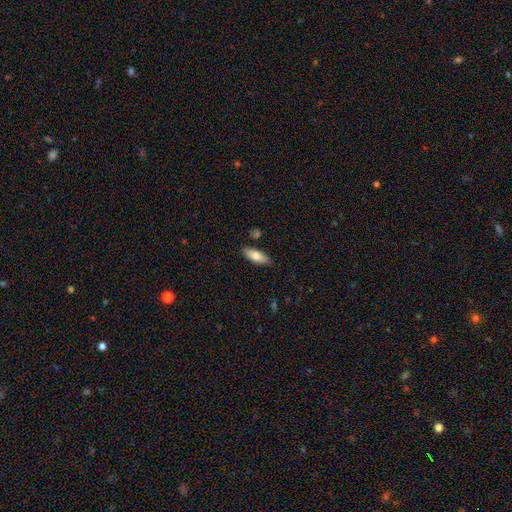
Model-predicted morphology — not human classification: Smooth or featured?
  - smooth: 73% *
  - featured or disk: 20%
  - star or artifact: 6%
How rounded?
  - in between: 72% *
  - cigar-shaped: 25%
  - round: 2%
Merging?
  - none: 84% *
  - minor disturbance: 11%
  - merger: 3%
  - major disturbance: 2%